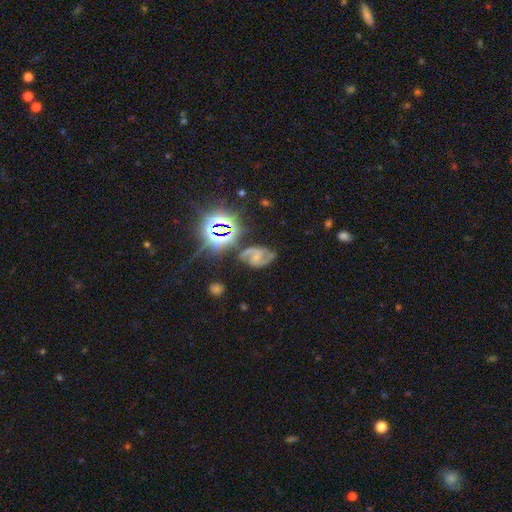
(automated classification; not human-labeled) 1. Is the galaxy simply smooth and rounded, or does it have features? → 68% featured or disk, 17% star or artifact, 15% smooth.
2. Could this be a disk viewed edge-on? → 97% no, 3% yes.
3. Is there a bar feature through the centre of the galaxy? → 42% no, 40% weak, 18% strong.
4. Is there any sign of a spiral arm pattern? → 91% yes, 9% no.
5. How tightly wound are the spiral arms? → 52% medium, 26% loose, 22% tight.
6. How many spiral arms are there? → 84% 2, 7% can't tell, 3% 3, 3% 1, 1% 4, 1% more than 4.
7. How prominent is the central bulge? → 46% small, 27% none, 22% moderate, 3% large, 2% dominant.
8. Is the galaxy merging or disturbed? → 62% none, 20% minor disturbance, 13% major disturbance, 5% merger.